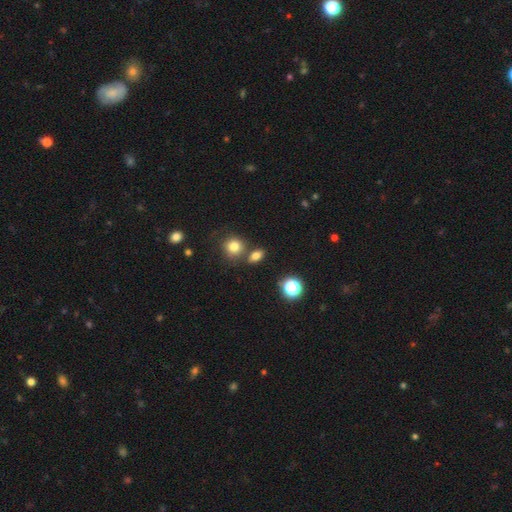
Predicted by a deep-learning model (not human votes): Morphology: type=smooth (76%); roundness=in between (66%); merging=none (70%).